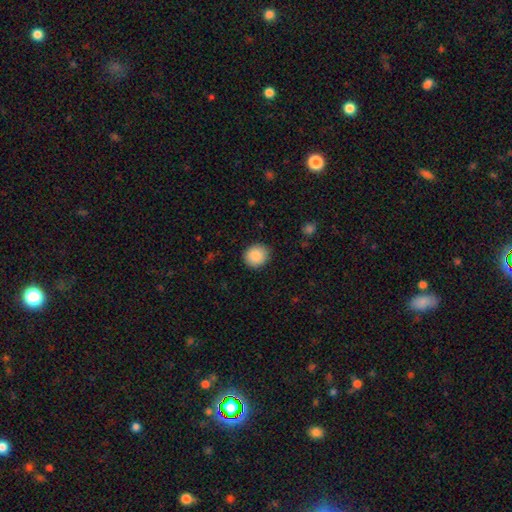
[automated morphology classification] smooth-or-featured: smooth: 88% | star or artifact: 8% | featured or disk: 4%
  how-rounded: round: 83% | in between: 16% | cigar-shaped: 1%
  merging: none: 88% | minor disturbance: 8% | major disturbance: 2% | merger: 1%